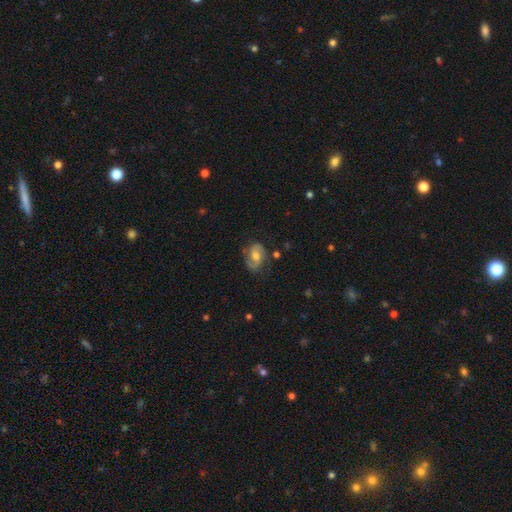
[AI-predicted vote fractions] Smooth or featured: featured or disk — 75% (smooth — 18%)
Edge-on disk: no — 97% (yes — 3%)
Bar: no — 45% (weak — 43%)
Spiral arms: yes — 93% (no — 7%)
Spiral winding: medium — 52% (tight — 26%)
Spiral arm count: 2 — 89% (can't tell — 5%)
Bulge size: moderate — 65% (small — 22%)
Merging: none — 75% (minor disturbance — 17%)